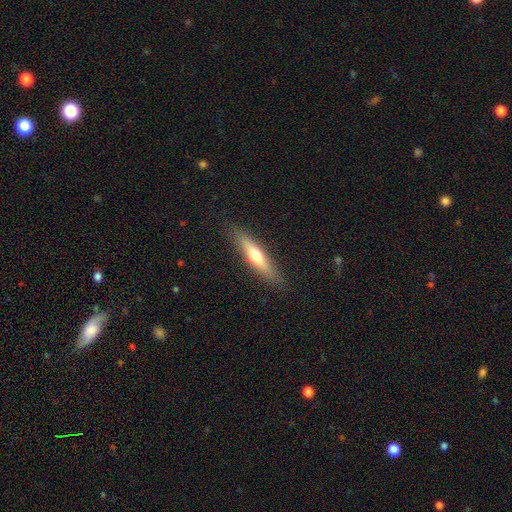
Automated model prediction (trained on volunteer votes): Morphology: type=smooth (50%); merging=none (88%).